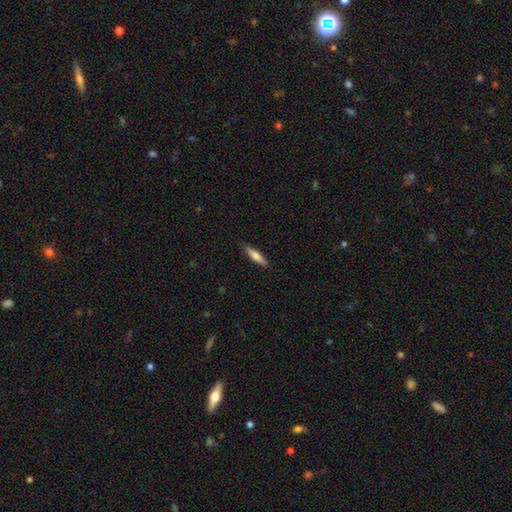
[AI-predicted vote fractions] Overall: smooth (65%; featured or disk 29%). How rounded: cigar-shaped (79%). Merging: none (87%).